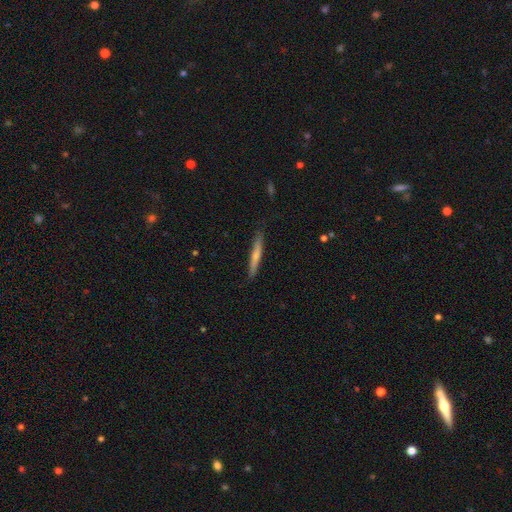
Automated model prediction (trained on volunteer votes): This appears to be a smooth galaxy with no disk features (57%) that is cigar-shaped (95%). Merging: none (87%).